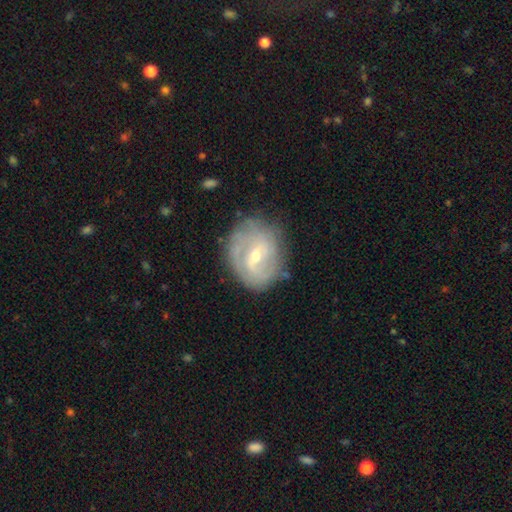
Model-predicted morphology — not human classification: featured or disk 75%, smooth 18%, star or artifact 7%. Down the decision tree: edge-on disk — no (97%); bar — weak (55%); spiral arms — yes (83%); spiral arm count — 2 (45%); spiral winding — tight (47%); bulge size — small (56%); merging — none (70%).